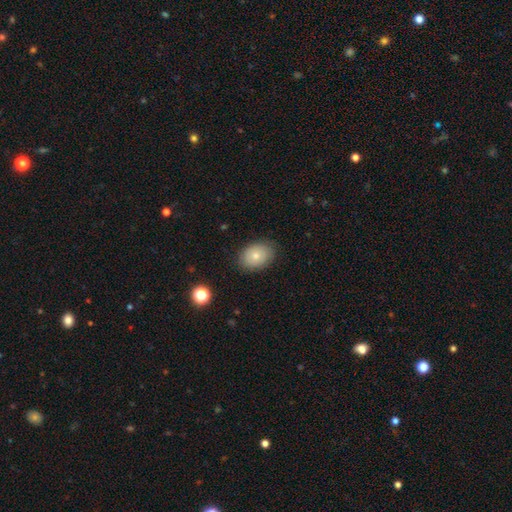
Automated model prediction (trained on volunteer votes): Smooth or featured? Predicted: smooth (p=0.75). How rounded? Predicted: in between (p=0.72). Merging? Predicted: none (p=0.84).